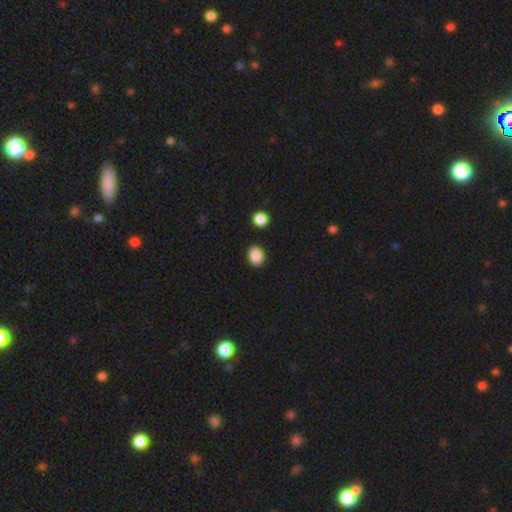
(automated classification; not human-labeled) Smooth or featured? smooth (88%)
How rounded? round (50%)
Merging? none (89%)